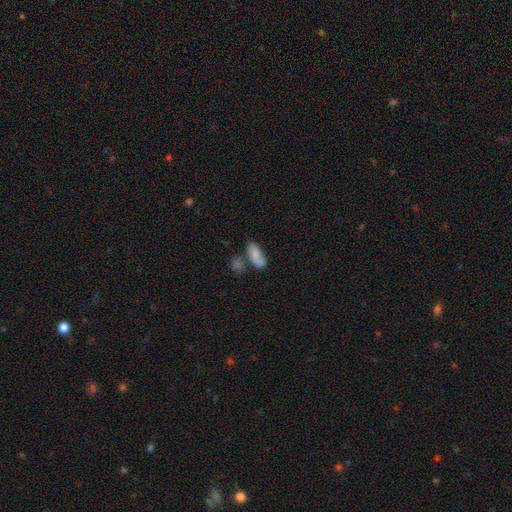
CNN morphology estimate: Smooth or featured: smooth — 69% (featured or disk — 22%)
How rounded: in between — 83% (cigar-shaped — 13%)
Merging: none — 46% (merger — 26%)